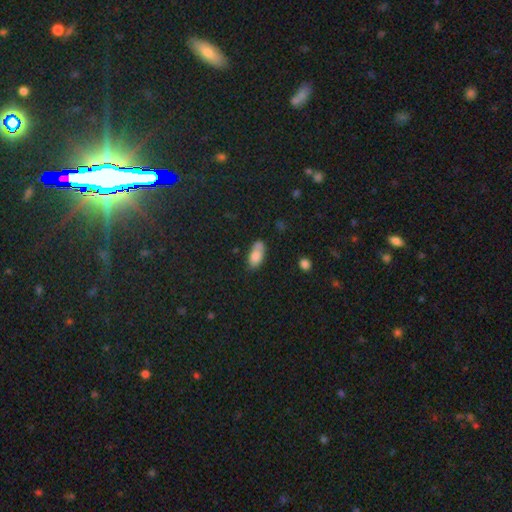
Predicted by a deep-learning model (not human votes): smooth_or_featured: smooth (p=0.80) [alt: featured or disk p=0.11]
how_rounded: in between (p=0.88) [alt: cigar-shaped p=0.07]
merging: none (p=0.55) [alt: minor disturbance p=0.25]